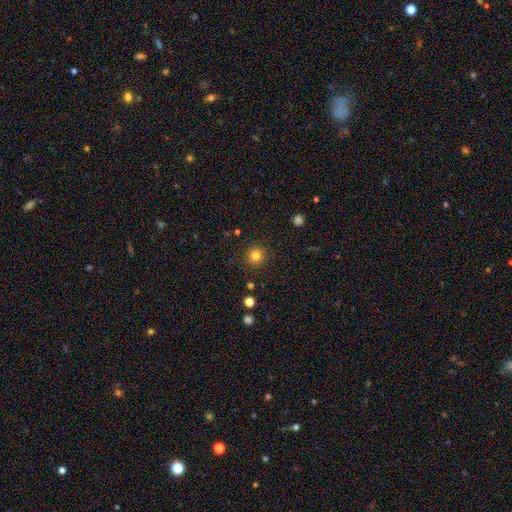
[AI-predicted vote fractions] This is clearly a smooth galaxy (81%). How rounded: clearly round (93%). Merging: clearly none (90%).